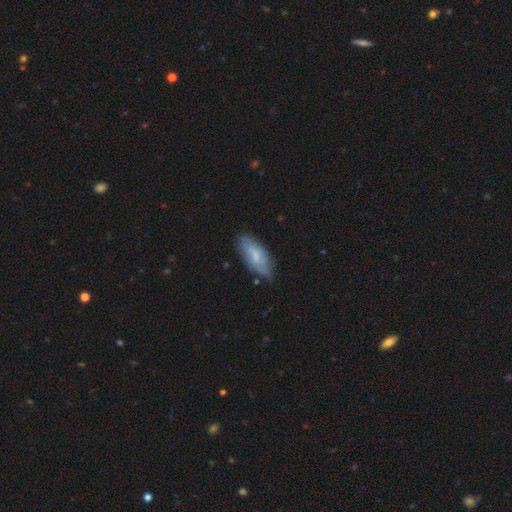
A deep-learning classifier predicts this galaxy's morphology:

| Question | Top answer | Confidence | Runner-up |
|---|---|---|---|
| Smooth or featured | smooth | 59% | featured or disk (34%) |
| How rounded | in between | 82% | cigar-shaped (16%) |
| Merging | none | 67% | minor disturbance (25%) |